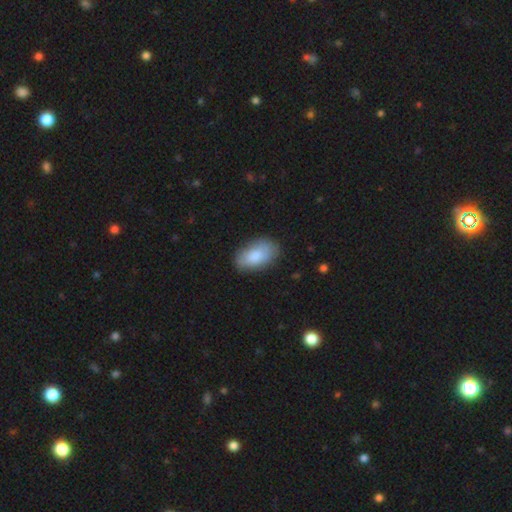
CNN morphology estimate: type=smooth (84%); roundness=in between (94%); merging=none (79%).